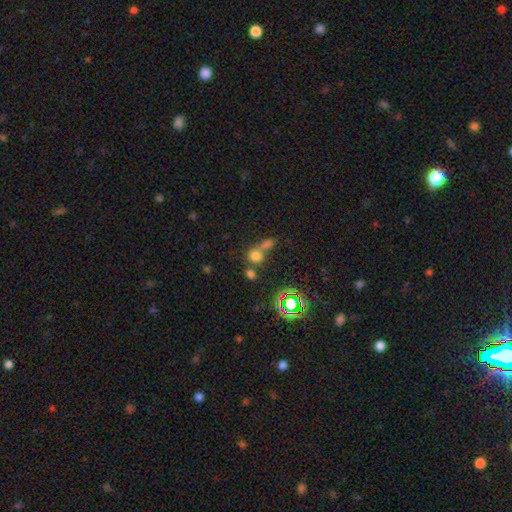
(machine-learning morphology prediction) This appears to be a smooth galaxy with no disk features (67%) that is round (74%). Merging: merger (51%).